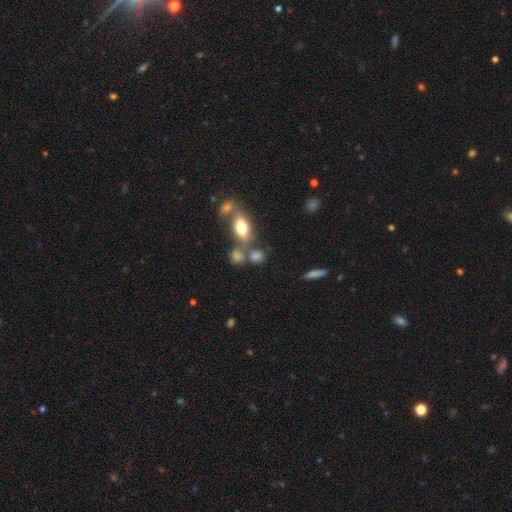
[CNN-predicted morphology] type=smooth (69%); roundness=in between (58%); merging=none (47%).